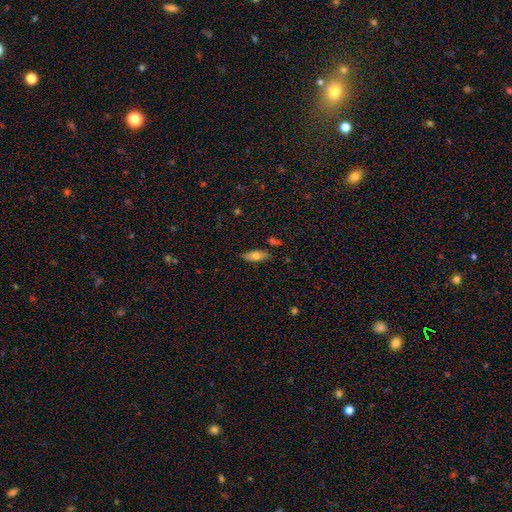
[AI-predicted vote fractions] Morphology: type=smooth (67%); roundness=in between (68%); merging=none (82%).